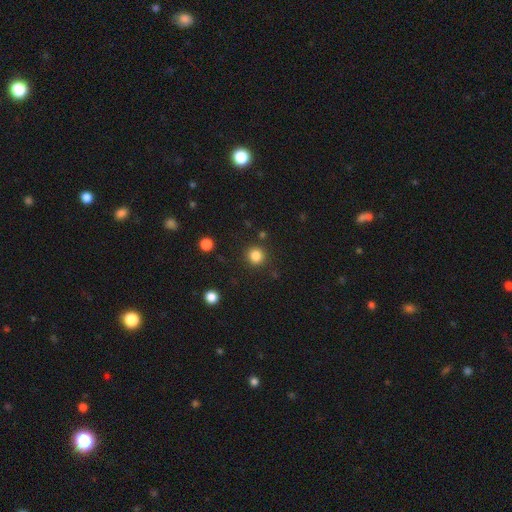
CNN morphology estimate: Smooth or featured?
  - smooth: 84% *
  - star or artifact: 12%
  - featured or disk: 4%
How rounded?
  - round: 94% *
  - in between: 5%
  - cigar-shaped: 1%
Merging?
  - none: 90% *
  - minor disturbance: 6%
  - major disturbance: 2%
  - merger: 2%